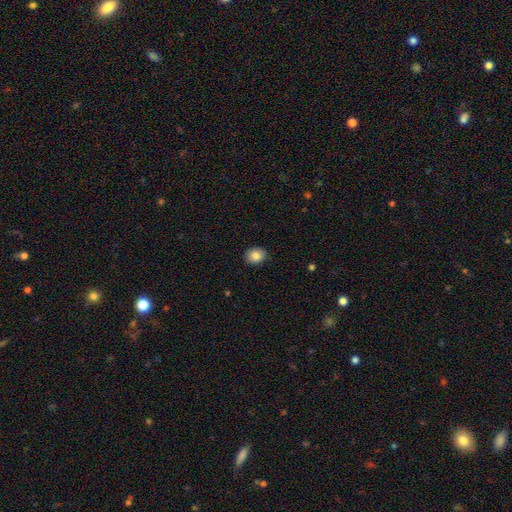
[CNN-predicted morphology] A smooth galaxy with no disk features (86%) that is round (52%).

Vote fractions:
- Smooth or featured? smooth: 86% / star or artifact: 8% / featured or disk: 5%
- How rounded? round: 52% / in between: 47% / cigar-shaped: 1%
- Merging? none: 89% / minor disturbance: 8% / major disturbance: 2% / merger: 1%